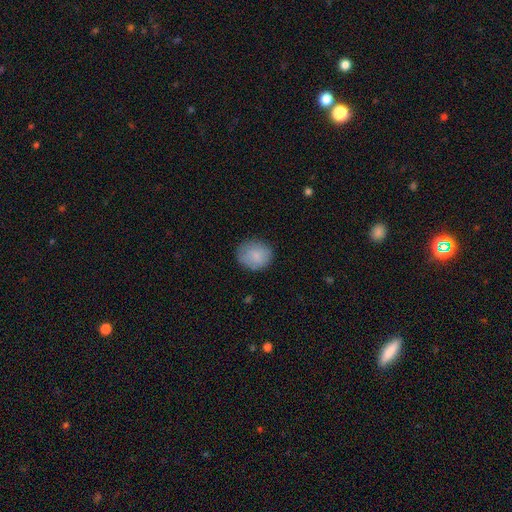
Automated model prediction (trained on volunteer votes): Overall: smooth (83%). How rounded: round (76%). Merging: none (81%).